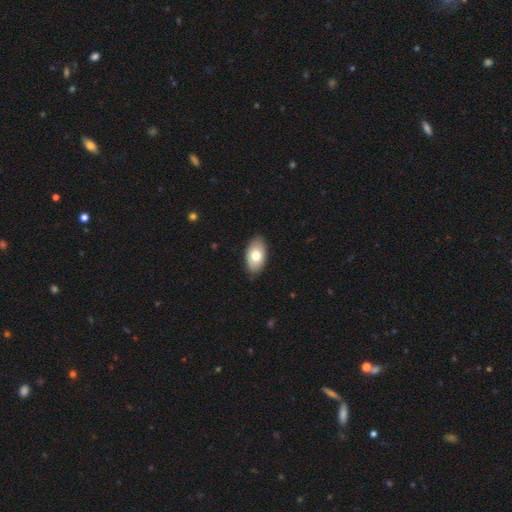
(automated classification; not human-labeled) This appears to be a smooth galaxy with no disk features (77%) that is in between round and cigar-shaped (94%). Merging: none (87%).